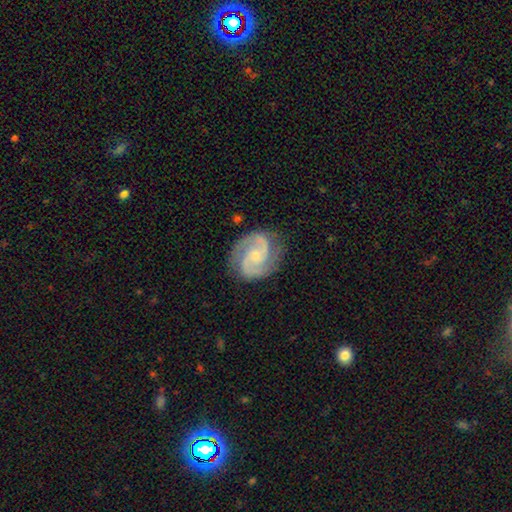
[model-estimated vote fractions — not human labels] This appears to be a featured or disk galaxy (91%) with no bar (60%), 2 (92%) medium (55%) spiral arms (98%) and a small central bulge (64%). Merging: none (82%).